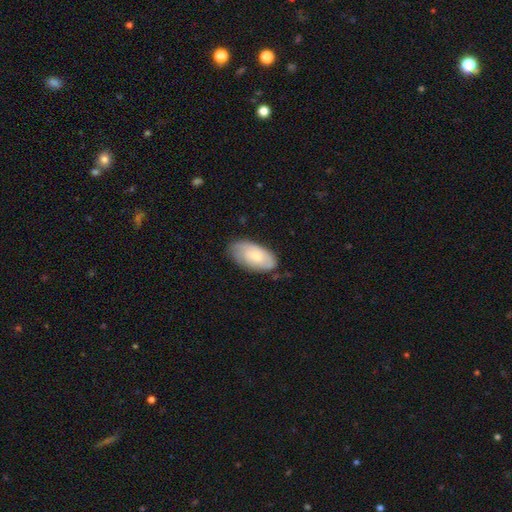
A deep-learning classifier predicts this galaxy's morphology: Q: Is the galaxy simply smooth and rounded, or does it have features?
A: smooth — 55%.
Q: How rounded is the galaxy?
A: in between — 93%.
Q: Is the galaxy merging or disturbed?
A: none — 70%.